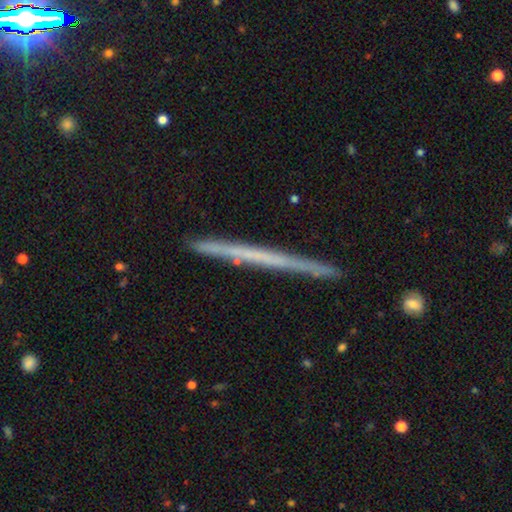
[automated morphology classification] type=featured or disk (56%); edge-on=yes (97%); edge-on bulge=none (92%); merging=none (90%).